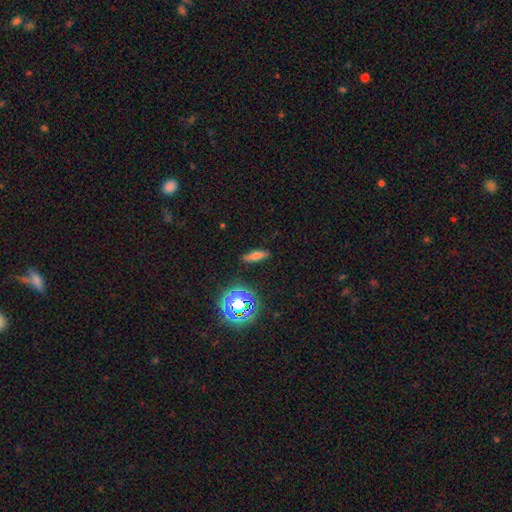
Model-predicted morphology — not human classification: Smooth or featured? Predicted: smooth (p=0.63). How rounded? Predicted: cigar-shaped (p=0.58). Merging? Predicted: none (p=0.86).